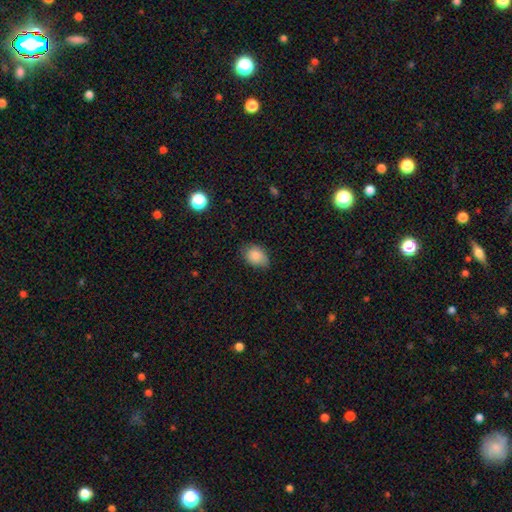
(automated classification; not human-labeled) Smooth or featured?
  - smooth: 85% *
  - star or artifact: 8%
  - featured or disk: 6%
How rounded?
  - in between: 74% *
  - round: 25%
  - cigar-shaped: 1%
Merging?
  - none: 66% *
  - minor disturbance: 27%
  - major disturbance: 5%
  - merger: 1%